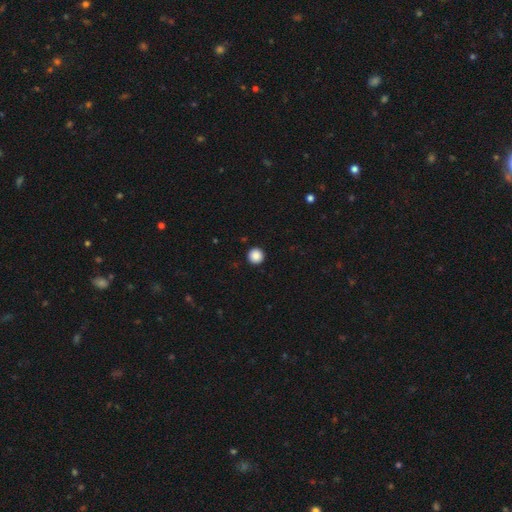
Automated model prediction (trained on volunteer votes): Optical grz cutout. It shows a smooth galaxy with no disk features (88%) that is round (96%). Merging: none (94%).